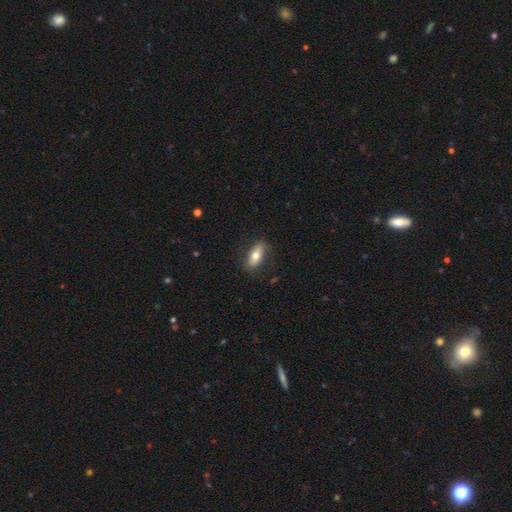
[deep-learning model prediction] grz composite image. It shows a smooth galaxy with no disk features (65%) that is in between round and cigar-shaped (77%). Merging: none (81%).